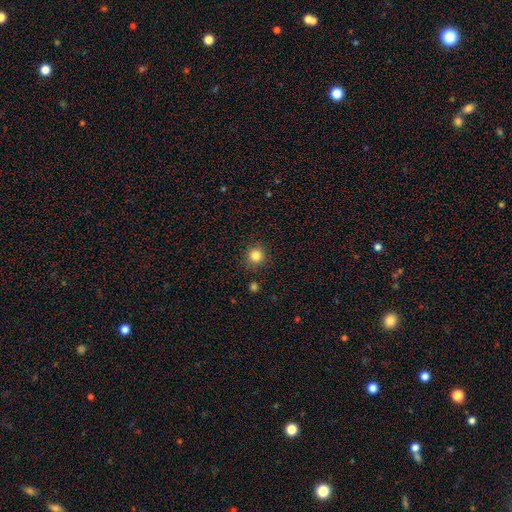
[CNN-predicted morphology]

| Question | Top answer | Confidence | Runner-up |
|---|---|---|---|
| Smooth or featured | smooth | 84% | star or artifact (11%) |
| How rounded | round | 93% | in between (6%) |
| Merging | none | 89% | minor disturbance (7%) |